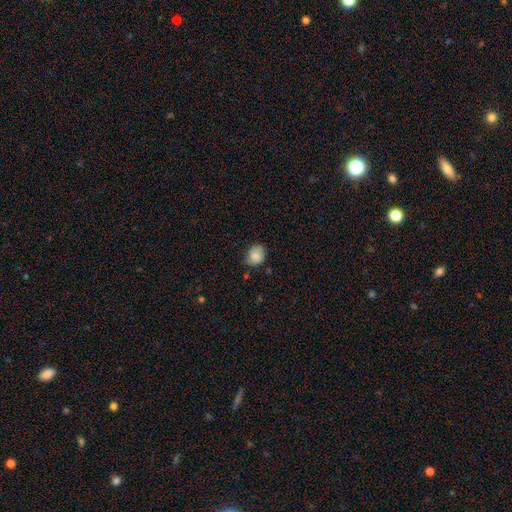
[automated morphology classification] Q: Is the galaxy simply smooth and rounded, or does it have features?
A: smooth — 82%.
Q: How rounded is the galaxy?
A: round — 65%.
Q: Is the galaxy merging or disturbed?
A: none — 65%.